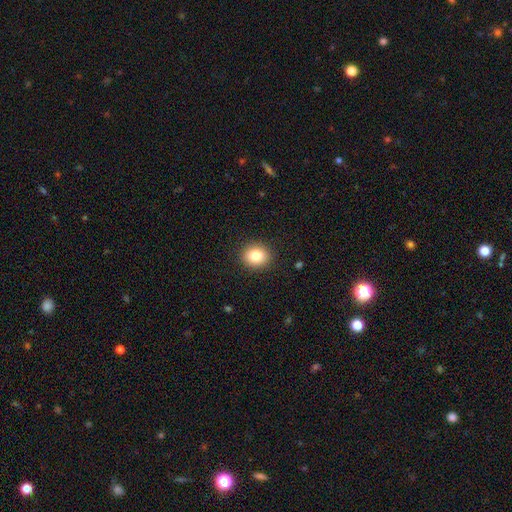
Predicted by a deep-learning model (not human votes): Smooth or featured: smooth — 84% (star or artifact — 9%)
How rounded: round — 74% (in between — 25%)
Merging: none — 91% (minor disturbance — 6%)